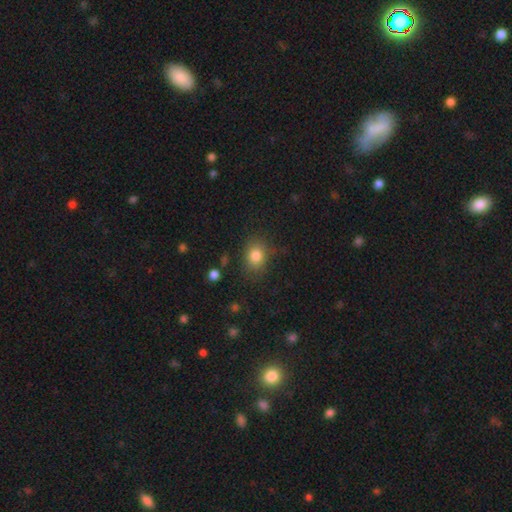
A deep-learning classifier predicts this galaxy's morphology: A smooth galaxy with no disk features (81%) that is round (50%). Merging: none (78%).